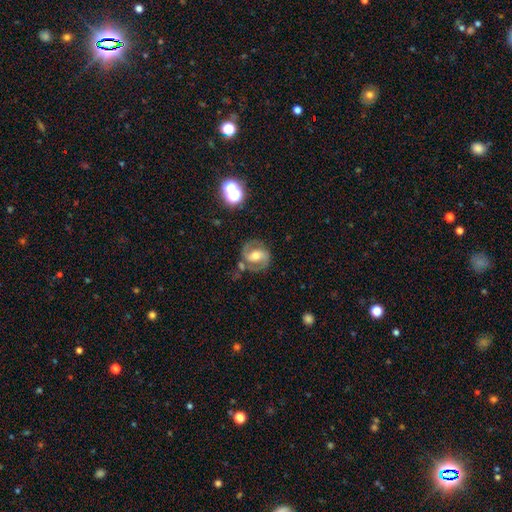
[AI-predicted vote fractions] This appears to be a featured or disk galaxy (78%) with a weak bar (39%), 2 (89%) medium (55%) spiral arms (90%) and a moderate central bulge (70%). Merging: none (72%).